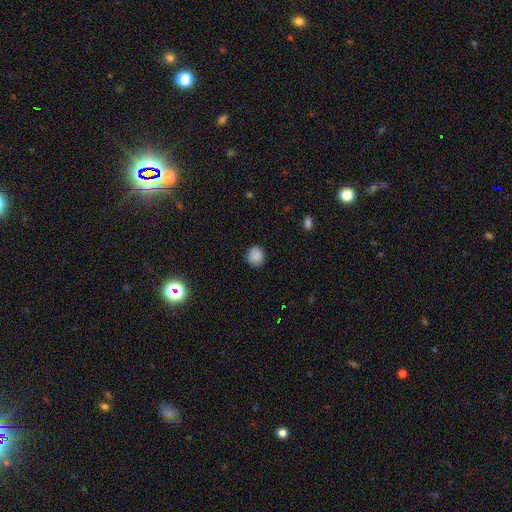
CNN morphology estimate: Smooth or featured? smooth (88%)
How rounded? round (88%)
Merging? none (88%)